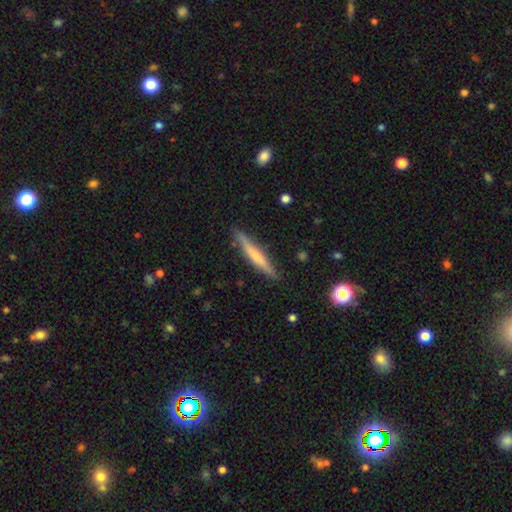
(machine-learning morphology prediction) type=smooth (47%, tied with featured or disk); merging=none (87%).